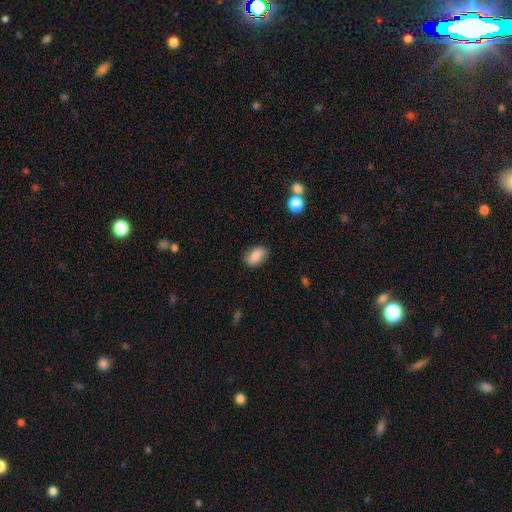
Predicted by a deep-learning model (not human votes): A smooth galaxy with no disk features (84%) that is in between round and cigar-shaped (85%).

Vote fractions:
- Smooth or featured? smooth: 84% / featured or disk: 9% / star or artifact: 8%
- How rounded? in between: 85% / round: 13% / cigar-shaped: 2%
- Merging? none: 81% / minor disturbance: 14% / major disturbance: 3% / merger: 1%